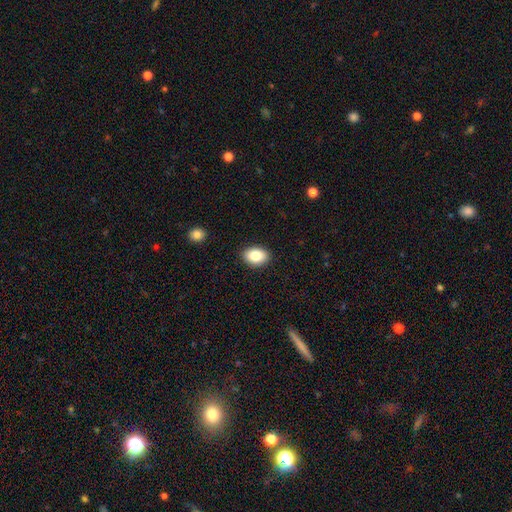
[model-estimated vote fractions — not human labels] Smooth or featured? smooth (84%)
How rounded? in between (82%)
Merging? none (90%)